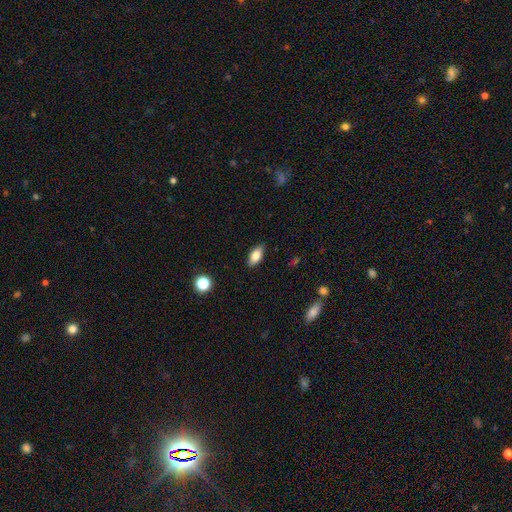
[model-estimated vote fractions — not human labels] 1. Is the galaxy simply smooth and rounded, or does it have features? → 81% smooth, 11% featured or disk, 8% star or artifact.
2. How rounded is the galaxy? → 88% in between, 8% cigar-shaped, 3% round.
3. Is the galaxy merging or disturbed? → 87% none, 10% minor disturbance, 2% major disturbance, 1% merger.